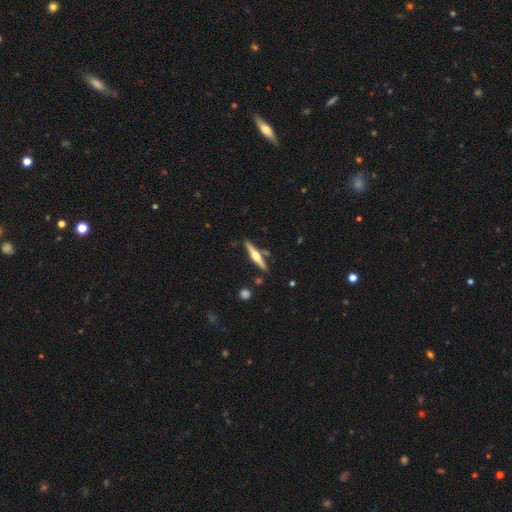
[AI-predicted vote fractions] Q: Smooth or featured?
A: featured or disk (71%); runner-up: smooth (24%)
Q: Edge-on disk?
A: yes (98%); runner-up: no (2%)
Q: Edge-on bulge?
A: rounded (92%); runner-up: boxy (5%)
Q: Merging?
A: none (85%); runner-up: minor disturbance (9%)